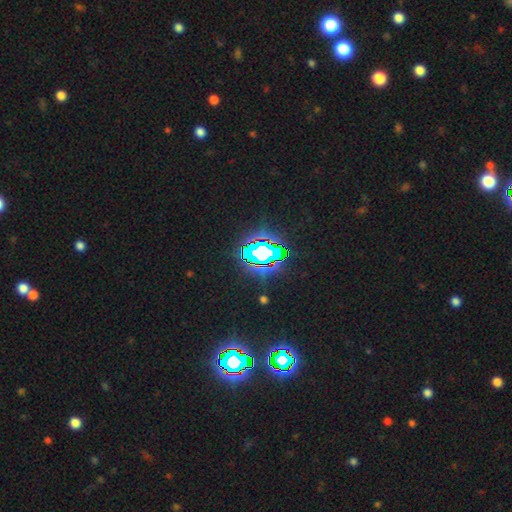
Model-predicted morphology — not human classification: type=star or artifact (80%).